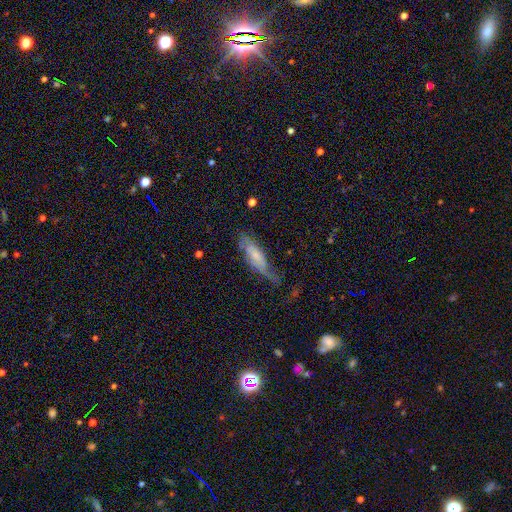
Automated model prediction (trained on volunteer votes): Overall: featured or disk (47%; smooth 46%). Merging: none (43%; minor disturbance 31%).